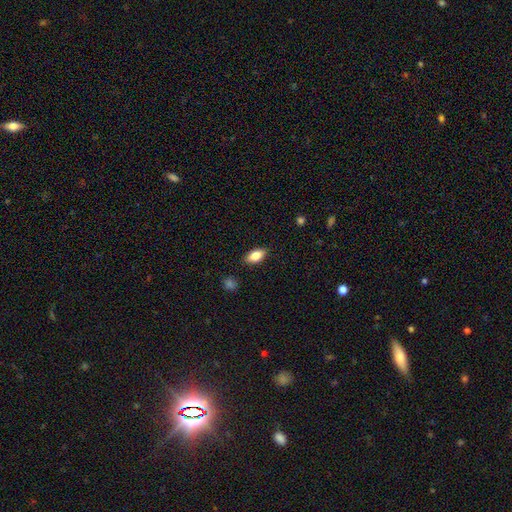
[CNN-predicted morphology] smooth 82%, featured or disk 10%, star or artifact 7%. Down the decision tree: how rounded — in between (88%); merging — none (87%).